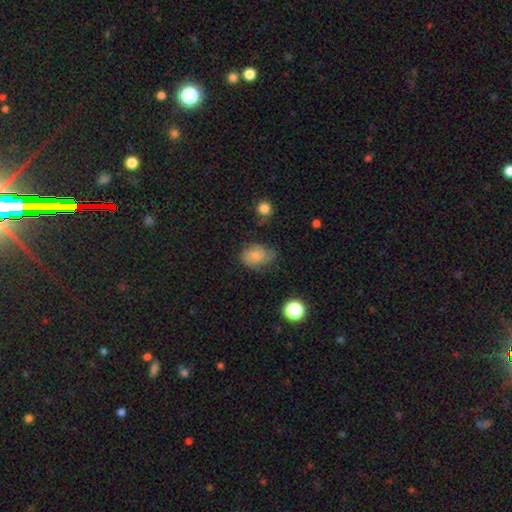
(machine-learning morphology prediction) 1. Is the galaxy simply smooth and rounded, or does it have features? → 59% smooth, 31% featured or disk, 11% star or artifact.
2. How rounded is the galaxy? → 68% in between, 31% round, 1% cigar-shaped.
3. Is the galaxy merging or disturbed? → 48% none, 32% minor disturbance, 16% major disturbance, 3% merger.